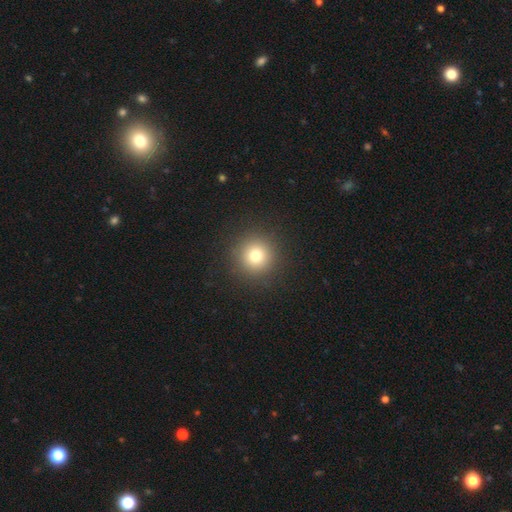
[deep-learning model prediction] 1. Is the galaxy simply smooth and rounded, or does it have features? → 77% smooth, 15% star or artifact, 8% featured or disk.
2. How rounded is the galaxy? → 95% round, 4% in between, 1% cigar-shaped.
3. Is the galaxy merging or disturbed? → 91% none, 5% minor disturbance, 3% major disturbance, 1% merger.